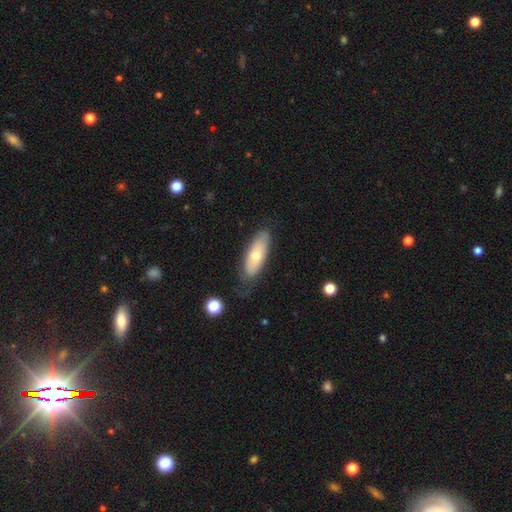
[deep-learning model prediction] Smooth or featured? Predicted: smooth (p=0.59). How rounded? Predicted: in between (p=0.71). Merging? Predicted: none (p=0.71).